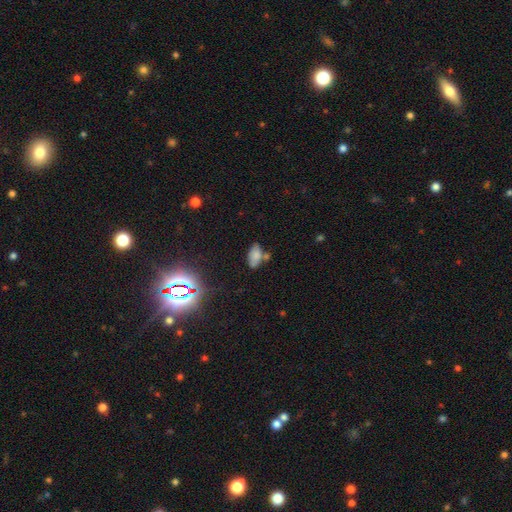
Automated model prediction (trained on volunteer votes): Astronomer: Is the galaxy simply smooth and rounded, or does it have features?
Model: smooth — 72%.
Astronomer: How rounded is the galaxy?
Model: in between — 91%.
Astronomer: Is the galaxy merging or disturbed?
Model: none — 55%.